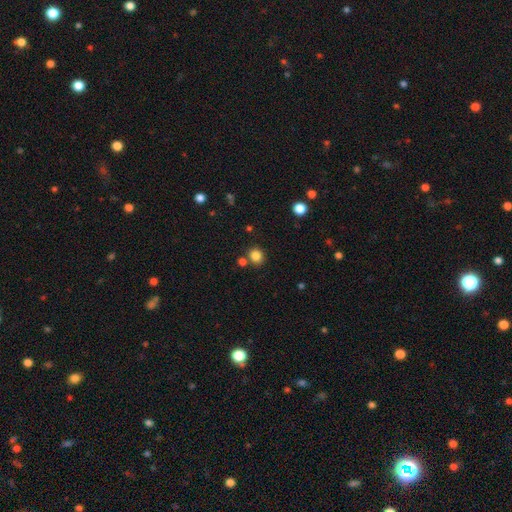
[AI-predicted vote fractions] This is clearly a smooth galaxy (83%). How rounded: clearly round (82%). Merging: likely none (78%).